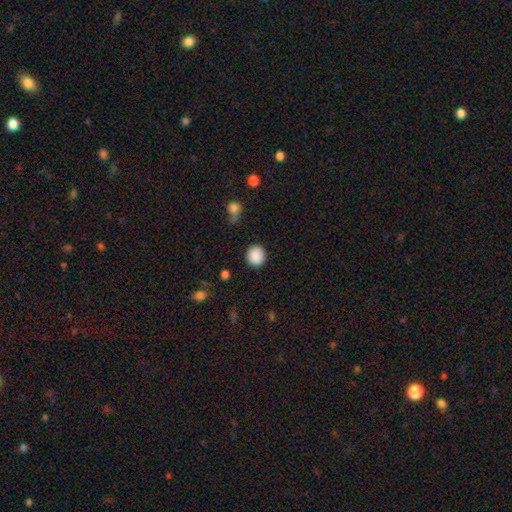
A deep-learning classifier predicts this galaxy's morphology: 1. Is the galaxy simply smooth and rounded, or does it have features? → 89% smooth, 8% star or artifact, 3% featured or disk.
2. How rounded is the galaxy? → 88% round, 11% in between, 1% cigar-shaped.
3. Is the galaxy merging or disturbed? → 87% none, 8% minor disturbance, 3% major disturbance, 2% merger.